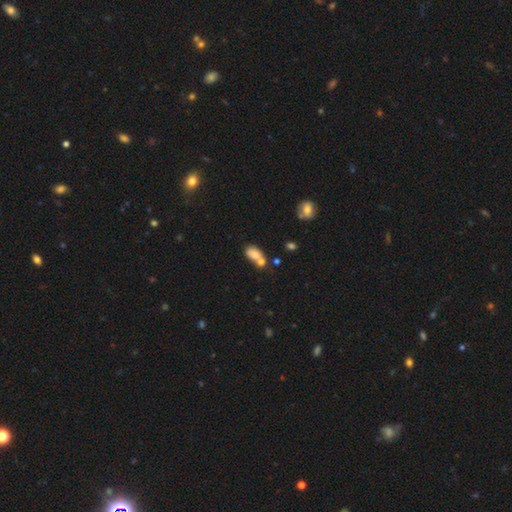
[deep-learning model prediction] Smooth or featured? smooth (75%)
How rounded? in between (83%)
Merging? merger (53%)